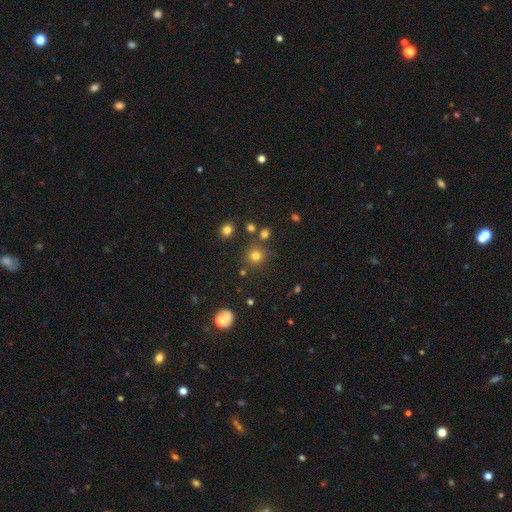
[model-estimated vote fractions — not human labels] Smooth or featured? Predicted: smooth (p=0.75). How rounded? Predicted: round (p=0.92). Merging? Predicted: none (p=0.81).